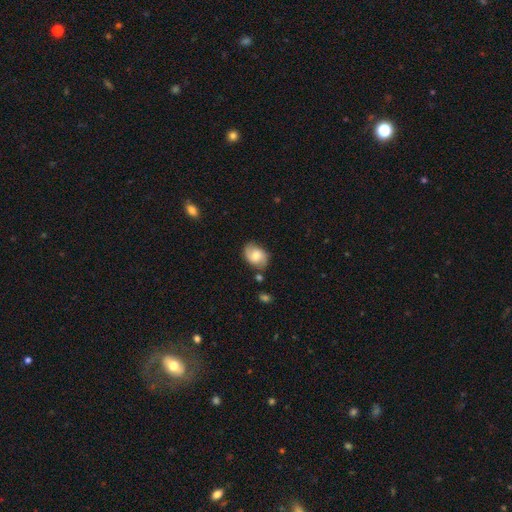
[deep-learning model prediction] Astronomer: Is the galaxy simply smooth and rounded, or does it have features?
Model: smooth — 53% (runner-up: featured or disk, 39%).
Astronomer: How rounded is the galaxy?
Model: in between — 73%.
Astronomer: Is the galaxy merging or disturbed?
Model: none — 72%.